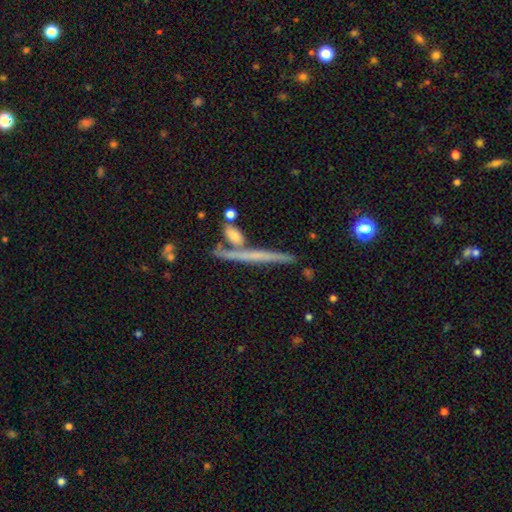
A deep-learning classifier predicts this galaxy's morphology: type=featured or disk (58%); edge-on=yes (95%); edge-on bulge=none (76%); merging=none (76%).